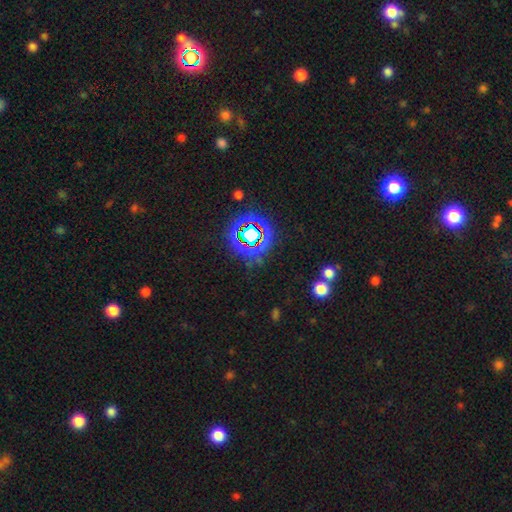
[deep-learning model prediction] Smooth or featured?
  - star or artifact: 78% *
  - smooth: 13%
  - featured or disk: 8%